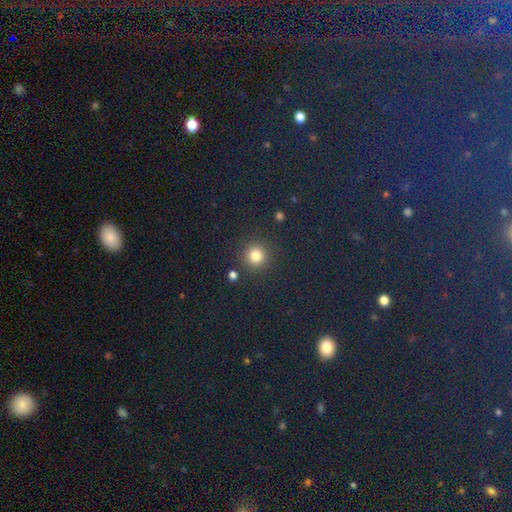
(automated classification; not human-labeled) Q: Smooth or featured?
A: smooth (81%); runner-up: star or artifact (15%)
Q: How rounded?
A: round (94%); runner-up: in between (5%)
Q: Merging?
A: none (88%); runner-up: minor disturbance (6%)